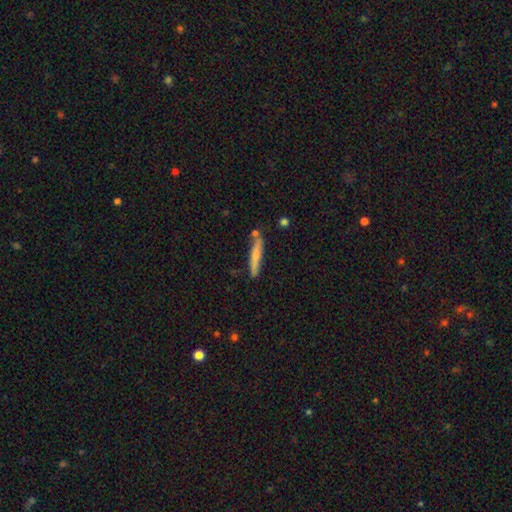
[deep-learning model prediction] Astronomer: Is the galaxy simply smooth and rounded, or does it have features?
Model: smooth — 64%.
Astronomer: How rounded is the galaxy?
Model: cigar-shaped — 93%.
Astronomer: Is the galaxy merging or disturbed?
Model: none — 79%.